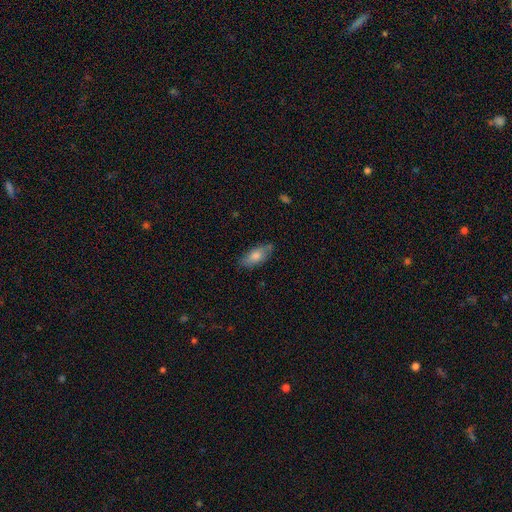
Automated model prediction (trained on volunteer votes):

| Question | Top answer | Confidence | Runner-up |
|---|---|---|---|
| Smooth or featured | smooth | 73% | featured or disk (20%) |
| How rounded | in between | 81% | cigar-shaped (17%) |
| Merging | none | 76% | minor disturbance (18%) |